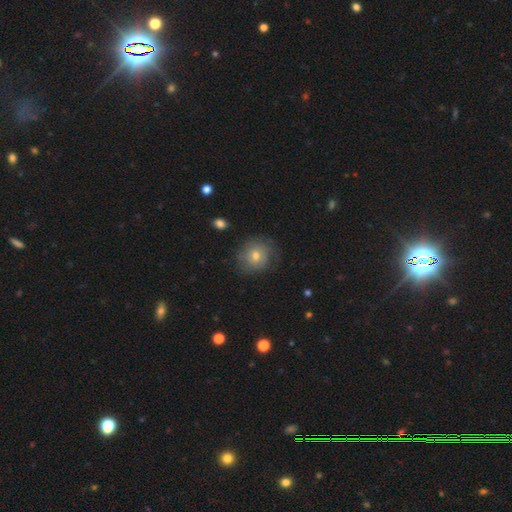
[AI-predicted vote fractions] This is likely a smooth galaxy (64%). How rounded: clearly round (85%). Merging: likely none (77%).